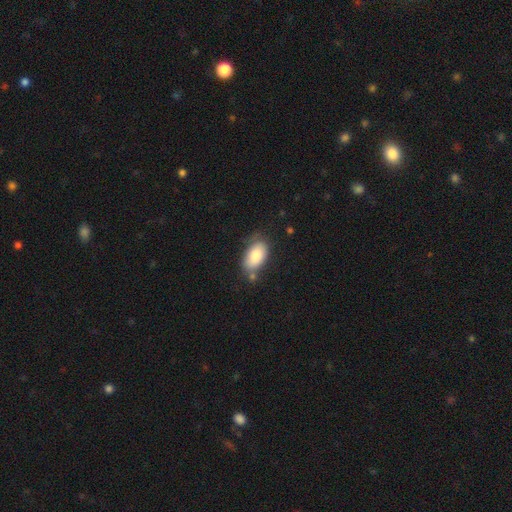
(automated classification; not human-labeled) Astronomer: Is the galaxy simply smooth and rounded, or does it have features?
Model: smooth — 82%.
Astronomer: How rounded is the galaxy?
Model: in between — 93%.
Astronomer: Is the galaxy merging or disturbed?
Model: none — 64%.